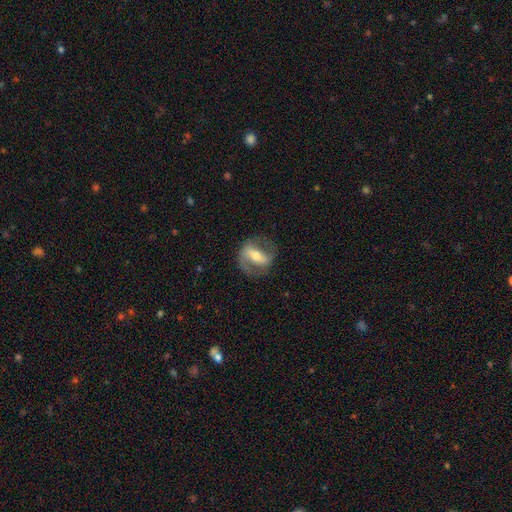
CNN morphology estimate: Smooth or featured? Predicted: featured or disk (p=0.74). Edge-on disk? Predicted: no (p=0.91). Bar? Predicted: strong (p=0.58). Spiral arms? Predicted: yes (p=0.77). Spiral winding? Predicted: medium (p=0.47). Spiral arm count? Predicted: 2 (p=0.83). Bulge size? Predicted: moderate (p=0.60). Merging? Predicted: none (p=0.74).